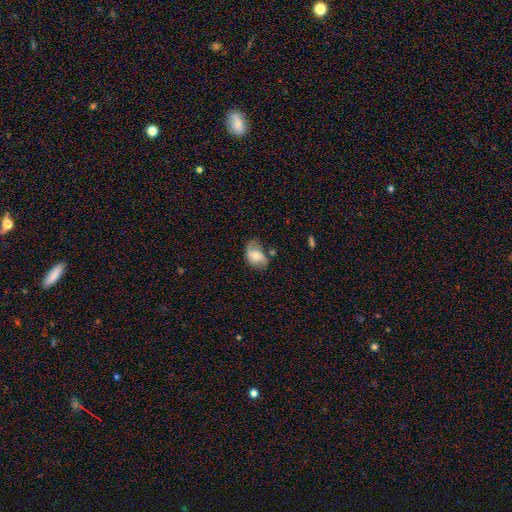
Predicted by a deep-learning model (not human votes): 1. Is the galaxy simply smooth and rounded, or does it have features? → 50% smooth, 42% featured or disk, 9% star or artifact.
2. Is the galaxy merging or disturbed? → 42% none, 34% minor disturbance, 18% major disturbance, 7% merger.